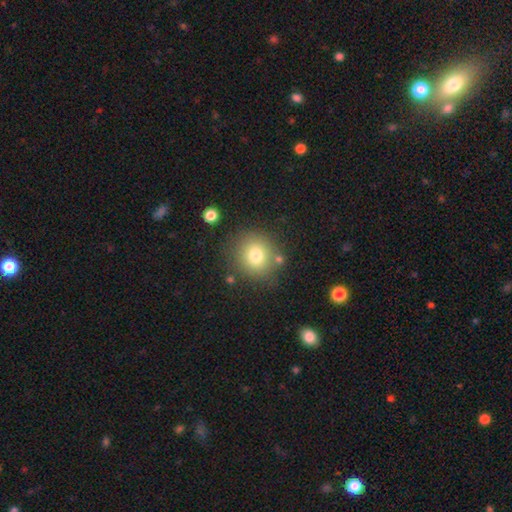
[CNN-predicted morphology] Smooth or featured: smooth — 76% (star or artifact — 12%)
How rounded: round — 91% (in between — 8%)
Merging: none — 79% (minor disturbance — 10%)